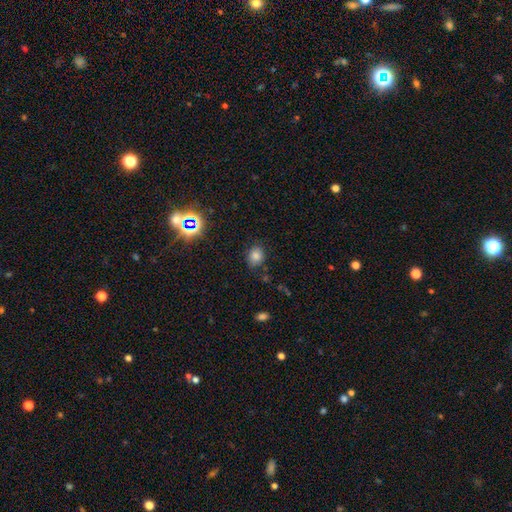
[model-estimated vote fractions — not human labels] smooth 78%, star or artifact 15%, featured or disk 7%. Down the decision tree: how rounded — round (57%); merging — none (81%).